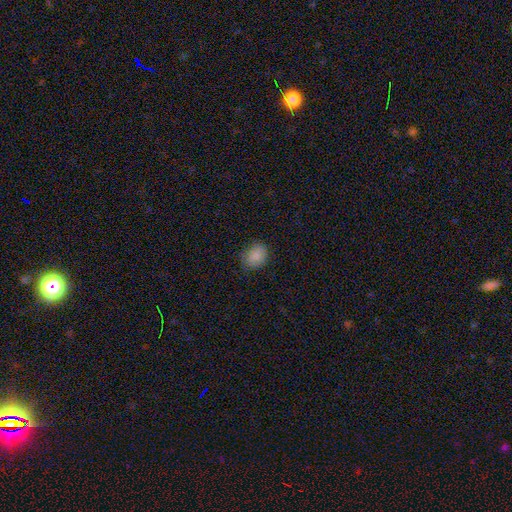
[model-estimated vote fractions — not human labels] smooth 86%, star or artifact 9%, featured or disk 5%. Down the decision tree: how rounded — in between (54%); merging — none (78%).